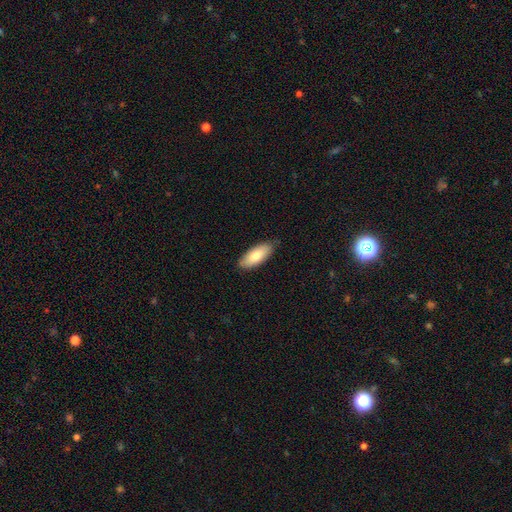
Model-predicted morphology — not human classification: This is likely a smooth galaxy (76%). How rounded: clearly in between (82%). Merging: clearly none (84%).